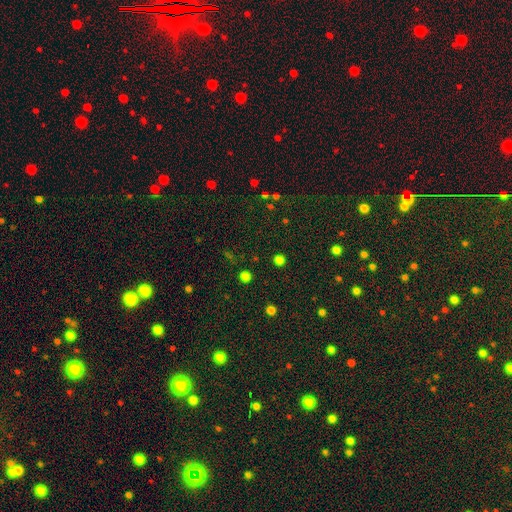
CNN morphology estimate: The model was most divided on "smooth or featured": star or artifact: 78%, smooth: 15%, featured or disk: 7%.